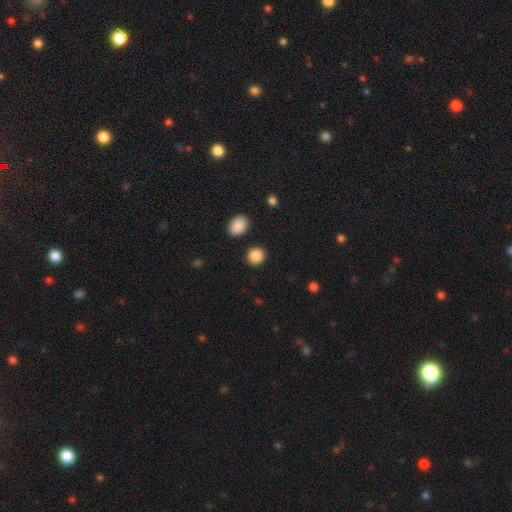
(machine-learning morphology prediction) type=smooth (88%); roundness=round (84%); merging=none (90%).